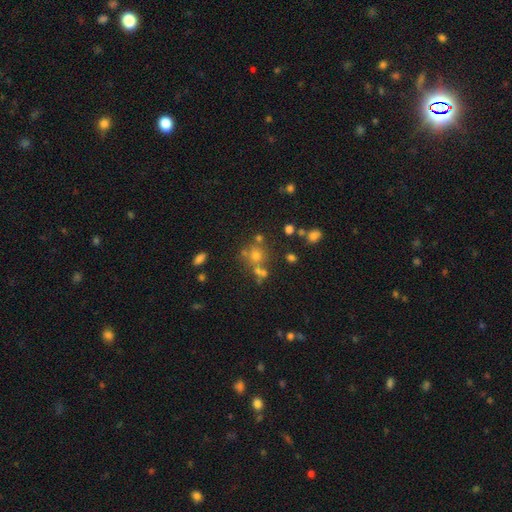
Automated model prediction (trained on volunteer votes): Smooth or featured? Predicted: smooth (p=0.50). Merging? Predicted: none (p=0.56).